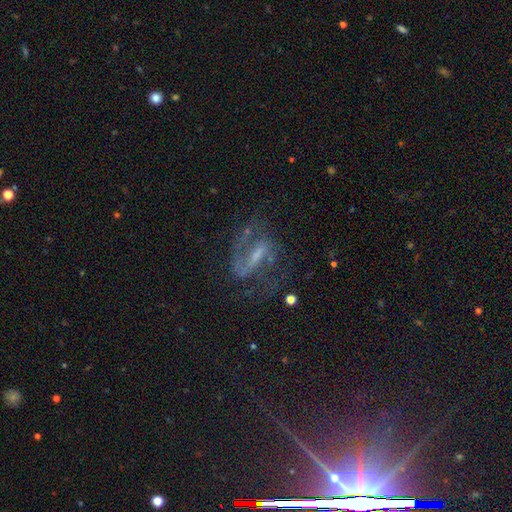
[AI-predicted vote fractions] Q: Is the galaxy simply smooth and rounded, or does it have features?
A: featured or disk — 77%.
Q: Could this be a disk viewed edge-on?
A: no — 93%.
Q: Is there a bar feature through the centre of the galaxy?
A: strong — 48%.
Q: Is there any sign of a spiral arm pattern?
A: yes — 89%.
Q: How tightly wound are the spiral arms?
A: medium — 52%.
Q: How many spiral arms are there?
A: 2 — 82%.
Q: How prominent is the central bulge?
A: small — 40%.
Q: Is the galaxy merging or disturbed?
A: none — 59%.